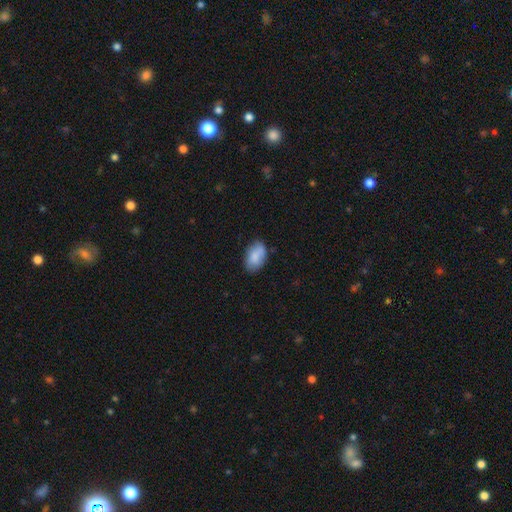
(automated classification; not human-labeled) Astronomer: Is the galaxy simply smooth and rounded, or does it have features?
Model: smooth — 82%.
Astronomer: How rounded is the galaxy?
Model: in between — 91%.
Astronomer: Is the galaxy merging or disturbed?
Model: none — 73%.